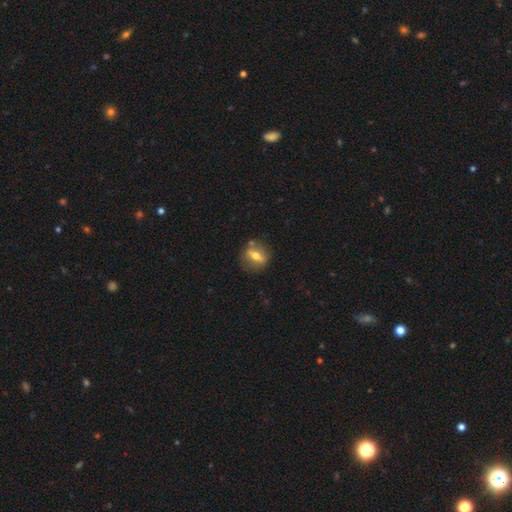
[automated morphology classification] This is possibly a featured or disk galaxy (48%). Merging: likely none (76%).